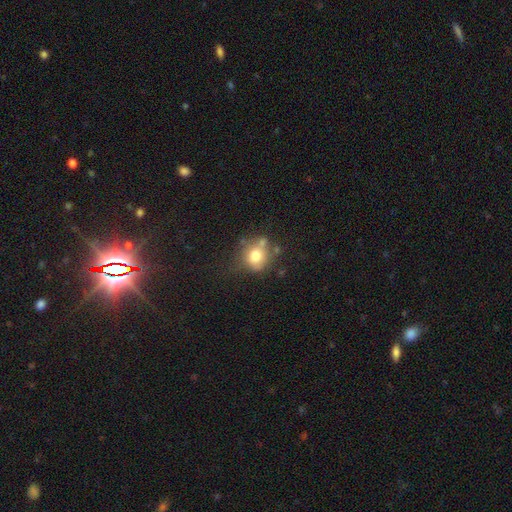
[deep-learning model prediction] smooth 72%, featured or disk 17%, star or artifact 12%. Down the decision tree: how rounded — round (79%); merging — none (54%).